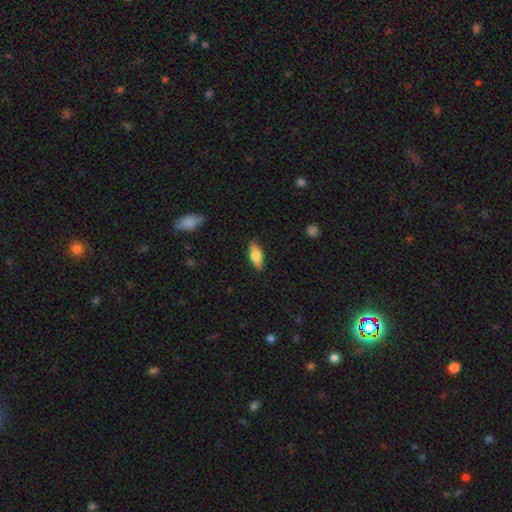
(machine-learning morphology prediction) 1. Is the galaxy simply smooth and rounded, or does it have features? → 72% smooth, 22% featured or disk, 6% star or artifact.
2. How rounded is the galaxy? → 76% in between, 21% cigar-shaped, 3% round.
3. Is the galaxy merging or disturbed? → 86% none, 11% minor disturbance, 2% major disturbance, 1% merger.